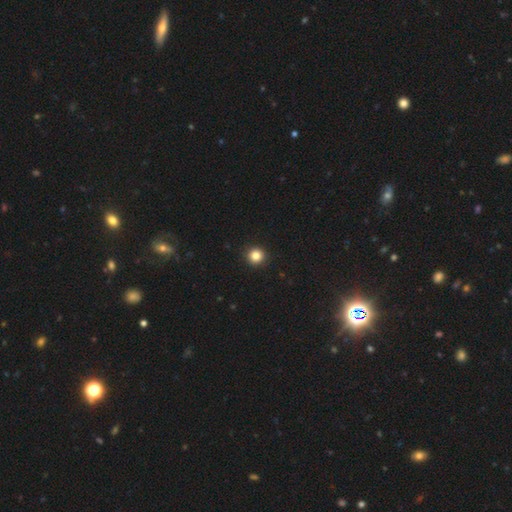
Smooth or featured? 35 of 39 (90%) said smooth. How rounded? 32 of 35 (91%) said round. Merging? 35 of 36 (97%) said none.